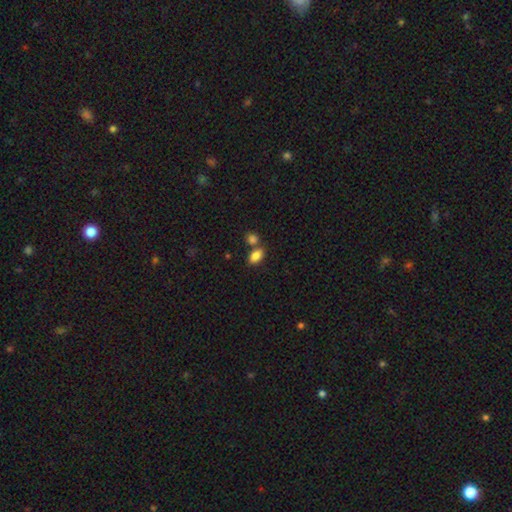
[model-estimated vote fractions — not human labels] smooth_or_featured: smooth (p=0.85) [alt: star or artifact p=0.09]
how_rounded: in between (p=0.89) [alt: round p=0.09]
merging: none (p=0.58) [alt: merger p=0.28]